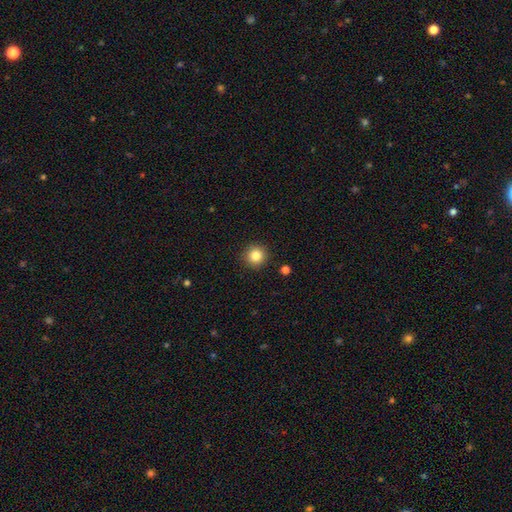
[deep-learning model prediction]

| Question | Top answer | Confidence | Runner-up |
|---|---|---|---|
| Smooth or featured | smooth | 84% | star or artifact (11%) |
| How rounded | round | 95% | in between (4%) |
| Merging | none | 91% | minor disturbance (5%) |